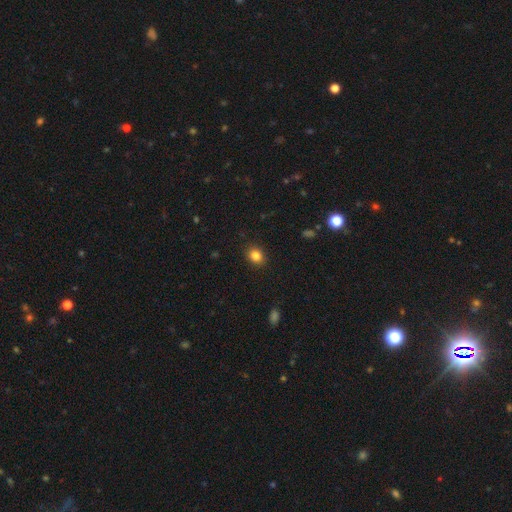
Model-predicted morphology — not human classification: smooth_or_featured: smooth (p=0.84) [alt: star or artifact p=0.11]
how_rounded: round (p=0.65) [alt: in between p=0.34]
merging: none (p=0.90) [alt: minor disturbance p=0.07]